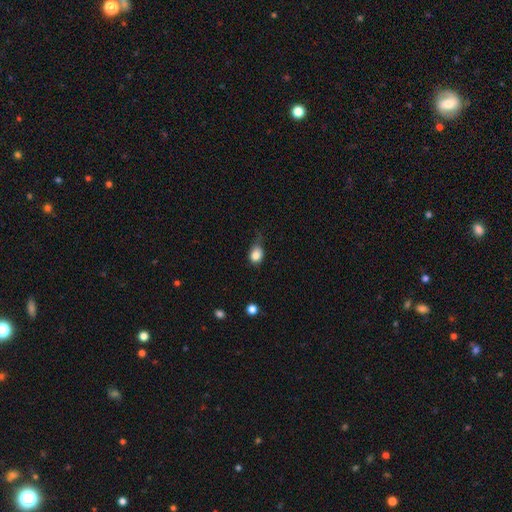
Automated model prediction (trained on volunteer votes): Smooth or featured: smooth — 83% (star or artifact — 10%)
How rounded: round — 51% (in between — 47%)
Merging: minor disturbance — 42% (none — 39%)